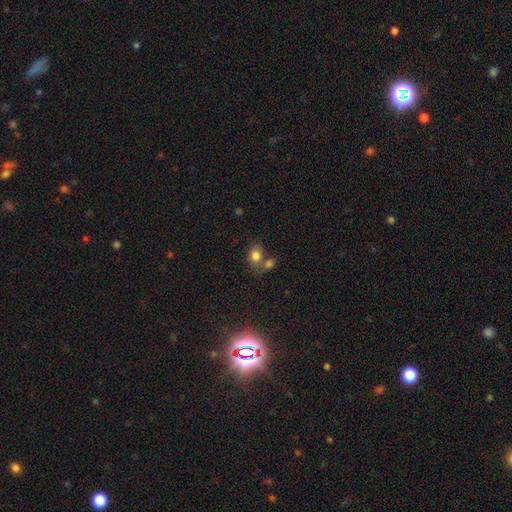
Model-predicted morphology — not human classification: Smooth or featured: smooth — 79% (star or artifact — 11%)
How rounded: round — 53% (in between — 46%)
Merging: none — 45% (merger — 39%)